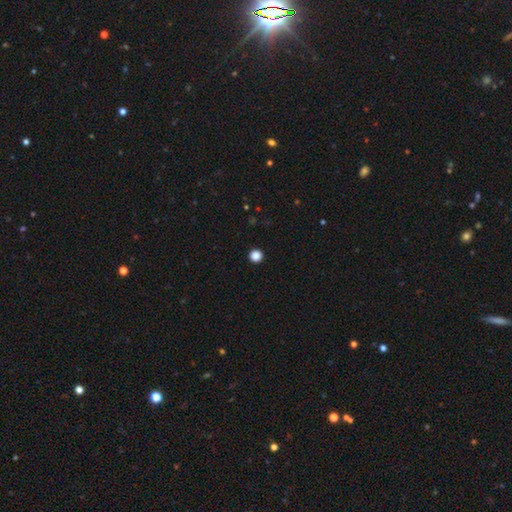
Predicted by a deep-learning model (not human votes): Morphology: type=smooth (85%); roundness=round (96%); merging=none (94%).